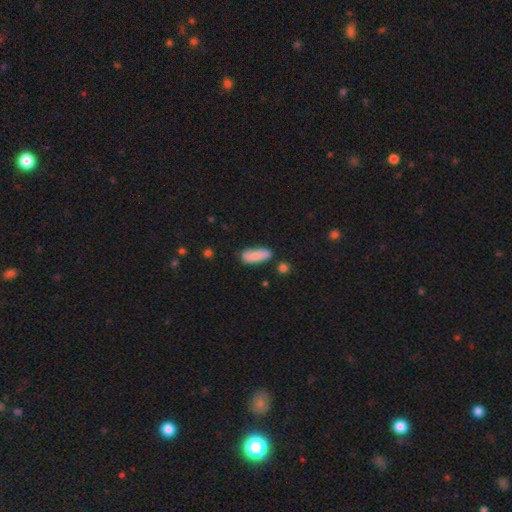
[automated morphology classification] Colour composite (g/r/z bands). It shows a smooth galaxy with no disk features (84%) that is in between round and cigar-shaped (68%). Merging: none (70%).